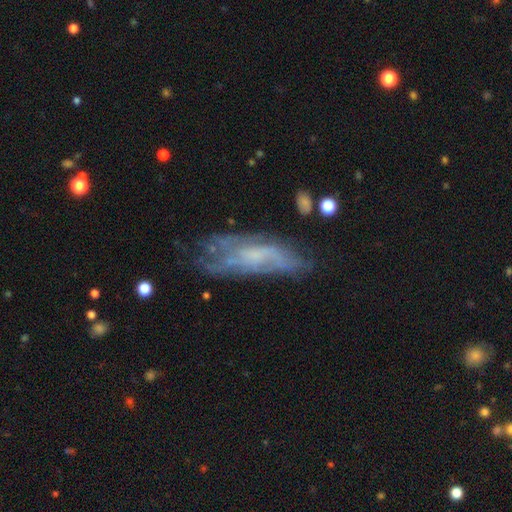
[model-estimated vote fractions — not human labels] smooth_or_featured: featured or disk (p=0.59) [alt: smooth p=0.31]
disk_edge_on: no (p=0.82) [alt: yes p=0.18]
merging: none (p=0.49) [alt: minor disturbance p=0.26]